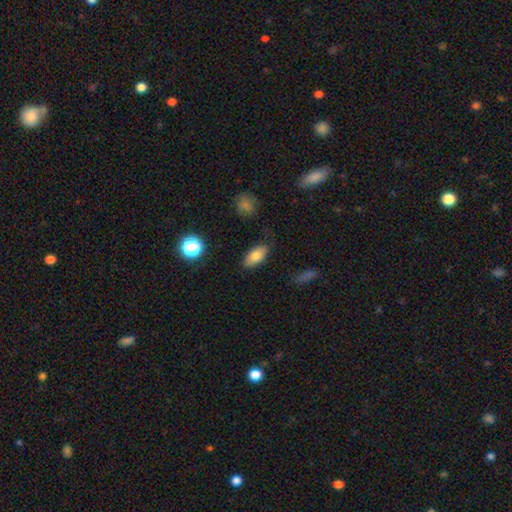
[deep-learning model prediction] Smooth or featured? Predicted: smooth (p=0.79). How rounded? Predicted: in between (p=0.92). Merging? Predicted: none (p=0.83).